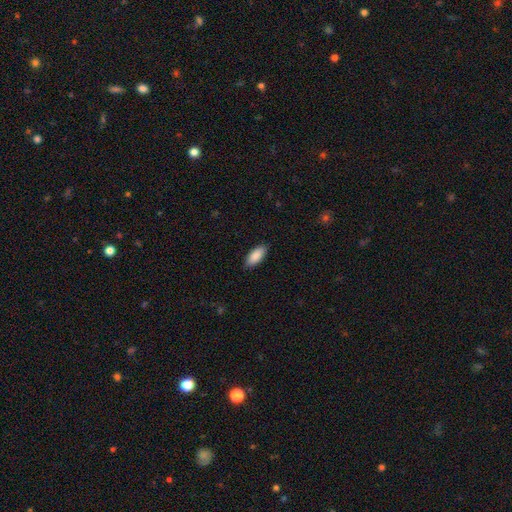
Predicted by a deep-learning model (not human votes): This appears to be a smooth galaxy with no disk features (89%) that is in between round and cigar-shaped (84%). Merging: none (88%).